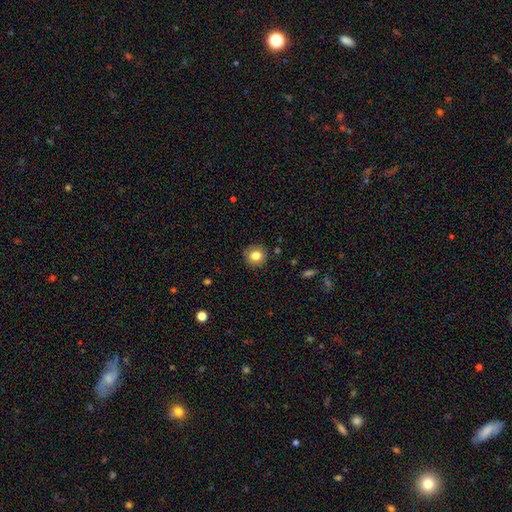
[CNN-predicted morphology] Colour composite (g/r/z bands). It shows a smooth galaxy with no disk features (82%) that is round (90%). Merging: none (89%).